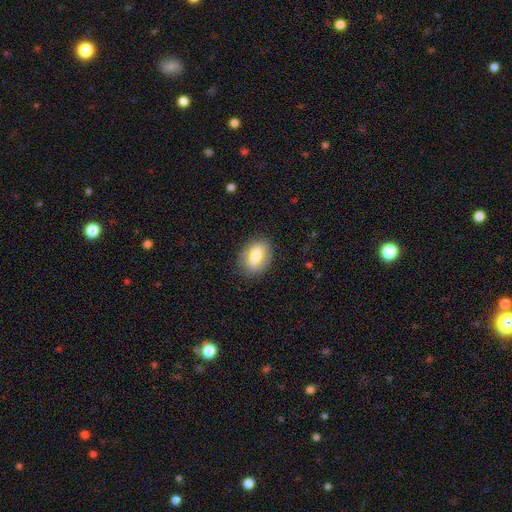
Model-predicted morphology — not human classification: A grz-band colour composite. It shows a smooth galaxy with no disk features (75%) that is in between round and cigar-shaped (82%). Merging: none (81%).